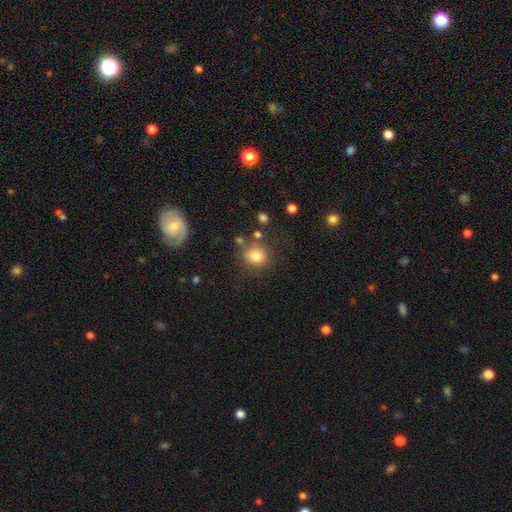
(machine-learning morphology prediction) Smooth or featured? Predicted: smooth (p=0.80). How rounded? Predicted: round (p=0.78). Merging? Predicted: none (p=0.73).